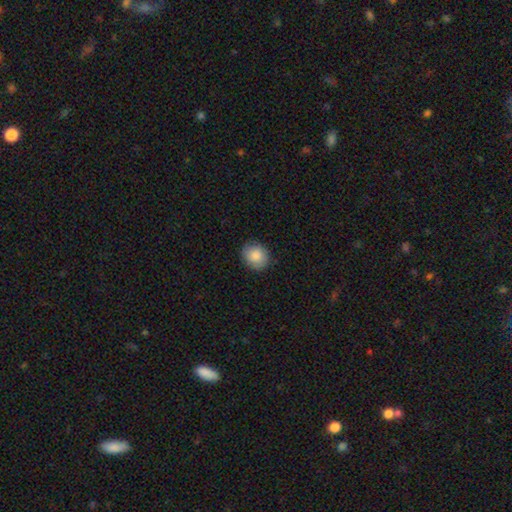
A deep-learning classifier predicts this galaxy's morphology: A smooth galaxy with no disk features (86%) that is round (72%). Merging: none (86%).